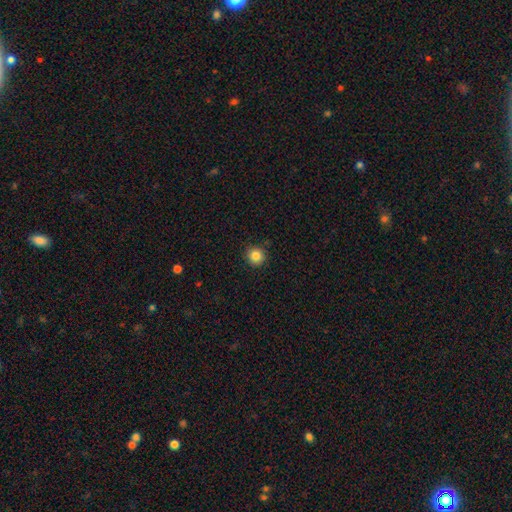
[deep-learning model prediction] Q: Smooth or featured?
A: smooth (84%); runner-up: star or artifact (11%)
Q: How rounded?
A: round (94%); runner-up: in between (5%)
Q: Merging?
A: none (91%); runner-up: minor disturbance (6%)